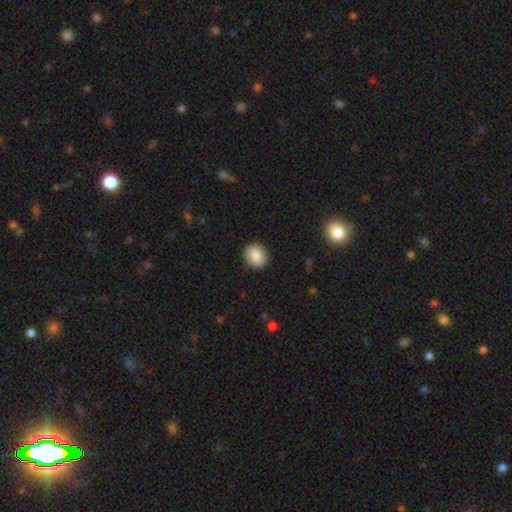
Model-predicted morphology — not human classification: smooth_or_featured: smooth (p=0.87) [alt: star or artifact p=0.08]
how_rounded: round (p=0.73) [alt: in between p=0.26]
merging: none (p=0.90) [alt: minor disturbance p=0.07]